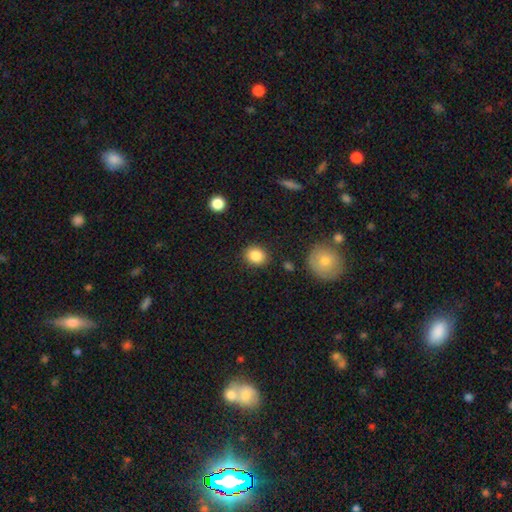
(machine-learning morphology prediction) smooth_or_featured: smooth (p=0.86) [alt: star or artifact p=0.09]
how_rounded: round (p=0.62) [alt: in between p=0.37]
merging: none (p=0.86) [alt: minor disturbance p=0.09]